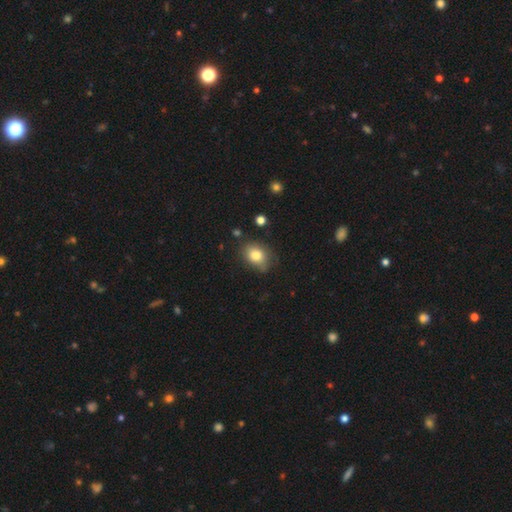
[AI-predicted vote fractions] A smooth galaxy with no disk features (80%) that is in between round and cigar-shaped (64%).

Vote fractions:
- Smooth or featured? smooth: 80% / featured or disk: 11% / star or artifact: 9%
- How rounded? in between: 64% / round: 35% / cigar-shaped: 1%
- Merging? none: 70% / minor disturbance: 22% / major disturbance: 5% / merger: 3%